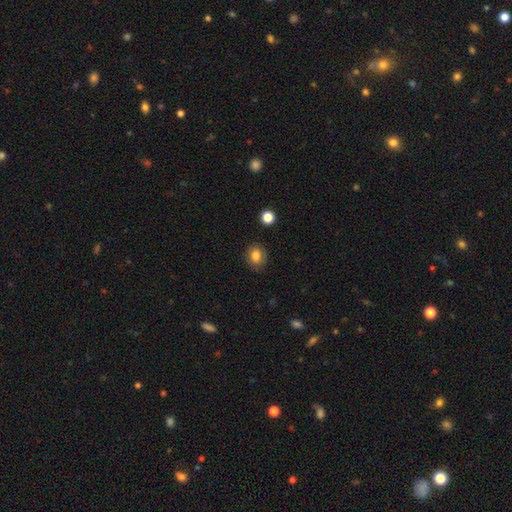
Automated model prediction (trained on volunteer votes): Smooth or featured? smooth (84%)
How rounded? round (57%)
Merging? none (86%)